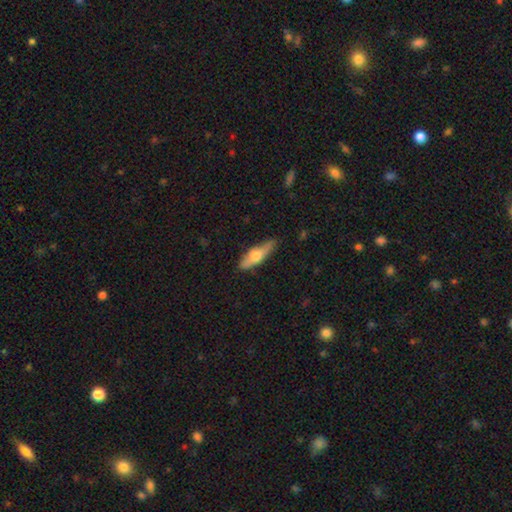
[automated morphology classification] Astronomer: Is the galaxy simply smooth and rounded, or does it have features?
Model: smooth — 51% (runner-up: featured or disk, 43%).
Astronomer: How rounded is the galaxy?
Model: cigar-shaped — 57% (runner-up: in between, 40%).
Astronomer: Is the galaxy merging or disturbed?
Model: none — 77%.